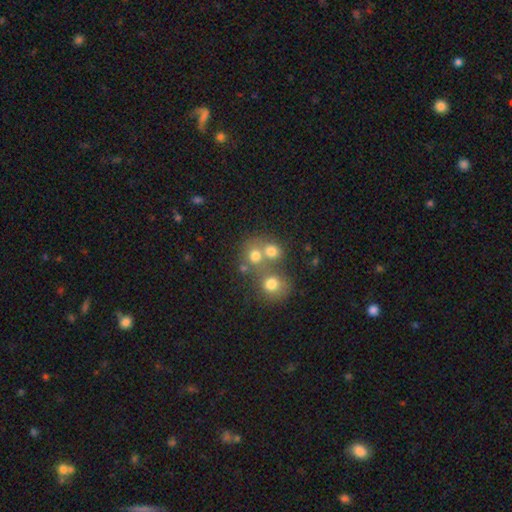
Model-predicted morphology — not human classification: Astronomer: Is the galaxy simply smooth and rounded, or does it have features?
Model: smooth — 71%.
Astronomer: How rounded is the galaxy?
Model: round — 79%.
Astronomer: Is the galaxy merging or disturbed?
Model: merger — 46% (runner-up: none, 42%).